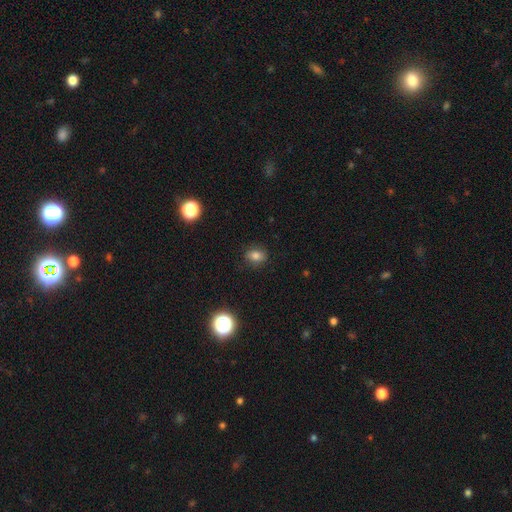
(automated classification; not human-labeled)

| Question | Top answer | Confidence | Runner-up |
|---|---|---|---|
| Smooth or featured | smooth | 77% | star or artifact (14%) |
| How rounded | in between | 55% | round (44%) |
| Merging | none | 84% | minor disturbance (12%) |